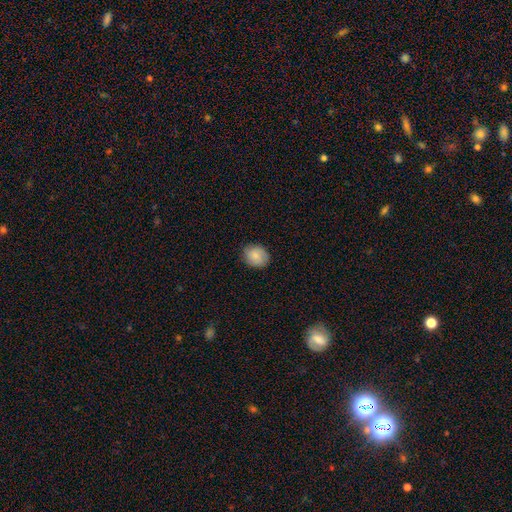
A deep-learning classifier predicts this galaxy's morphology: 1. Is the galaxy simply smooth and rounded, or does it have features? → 83% smooth, 10% featured or disk, 7% star or artifact.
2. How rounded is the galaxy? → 62% round, 37% in between, 1% cigar-shaped.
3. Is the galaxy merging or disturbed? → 86% none, 11% minor disturbance, 2% major disturbance, 1% merger.